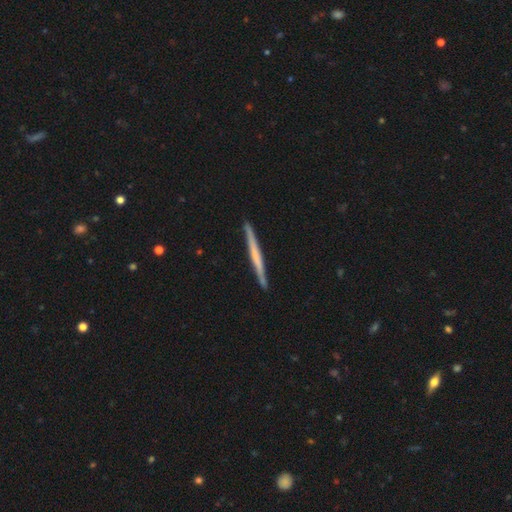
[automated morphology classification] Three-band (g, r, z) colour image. It shows a featured or disk galaxy (56%) viewed edge-on (98%) with no central bulge (77%). Merging: none (91%).